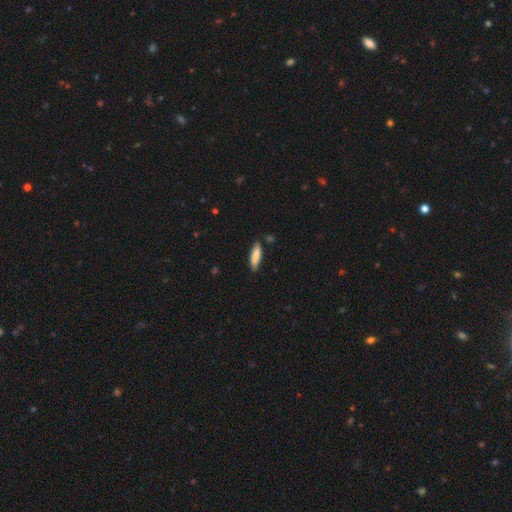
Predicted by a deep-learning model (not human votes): This appears to be a smooth galaxy with no disk features (84%) that is cigar-shaped (68%). Merging: none (81%).